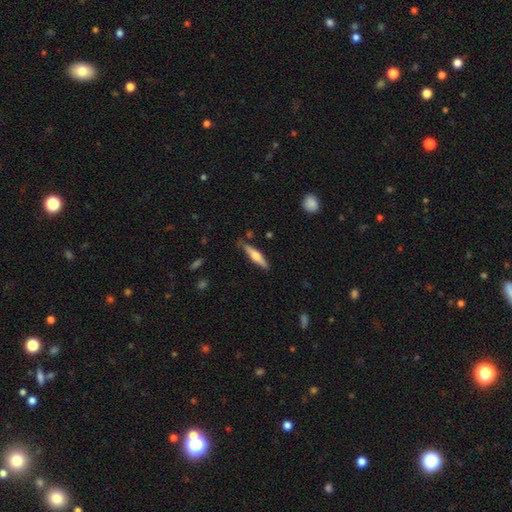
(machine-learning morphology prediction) featured or disk 49%, smooth 45%, star or artifact 6%. Down the decision tree: merging — none (81%).